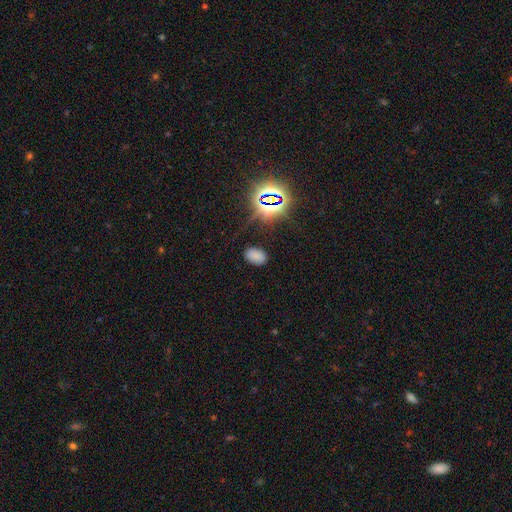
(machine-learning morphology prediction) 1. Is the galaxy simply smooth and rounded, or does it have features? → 69% smooth, 25% star or artifact, 6% featured or disk.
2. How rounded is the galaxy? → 90% in between, 9% round, 1% cigar-shaped.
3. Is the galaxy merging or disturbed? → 82% none, 12% minor disturbance, 4% major disturbance, 2% merger.